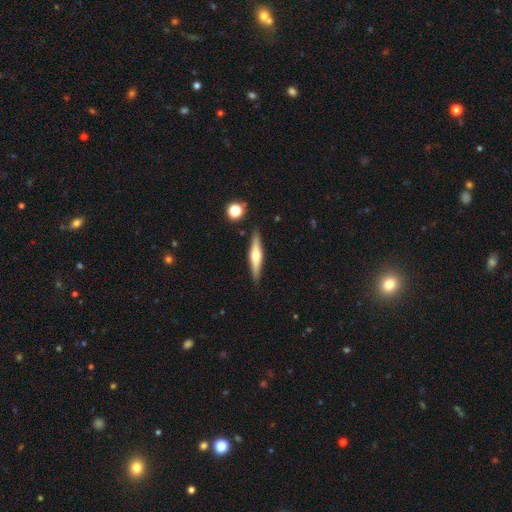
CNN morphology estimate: smooth_or_featured: featured or disk (p=0.58) [alt: smooth p=0.35]
disk_edge_on: yes (p=0.95) [alt: no p=0.05]
edge_on_bulge: rounded (p=0.91) [alt: none p=0.05]
merging: none (p=0.88) [alt: minor disturbance p=0.08]